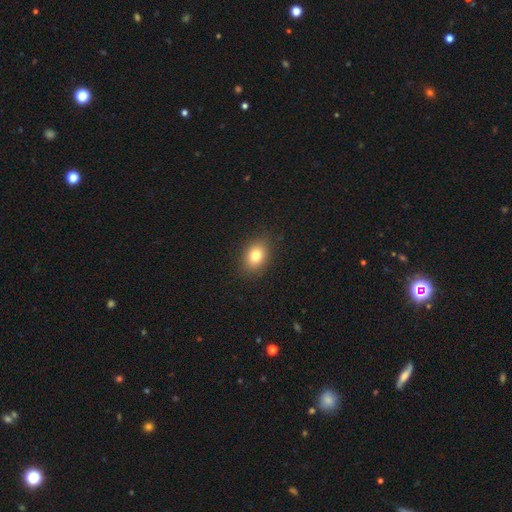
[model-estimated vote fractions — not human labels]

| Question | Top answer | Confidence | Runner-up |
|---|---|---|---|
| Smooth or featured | smooth | 79% | star or artifact (11%) |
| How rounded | in between | 67% | round (32%) |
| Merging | none | 88% | minor disturbance (9%) |